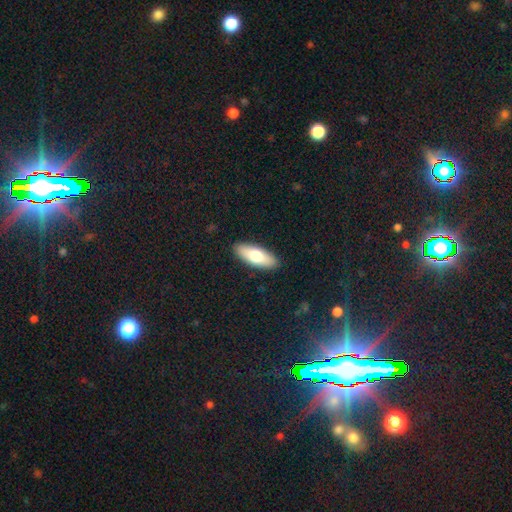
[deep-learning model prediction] Smooth or featured? Predicted: smooth (p=0.72). How rounded? Predicted: in between (p=0.70). Merging? Predicted: none (p=0.90).